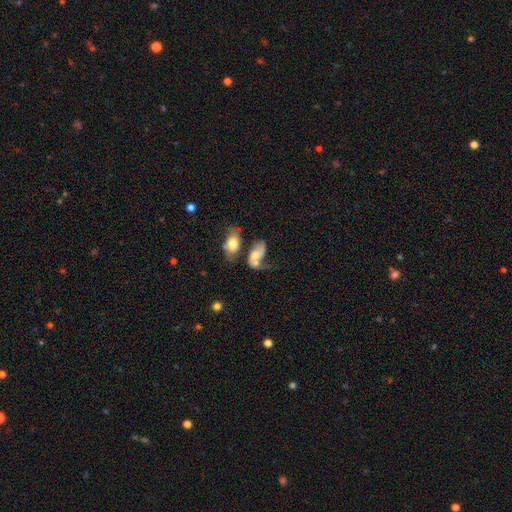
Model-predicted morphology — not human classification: Smooth or featured? Predicted: smooth (p=0.49). Merging? Predicted: merger (p=0.52).